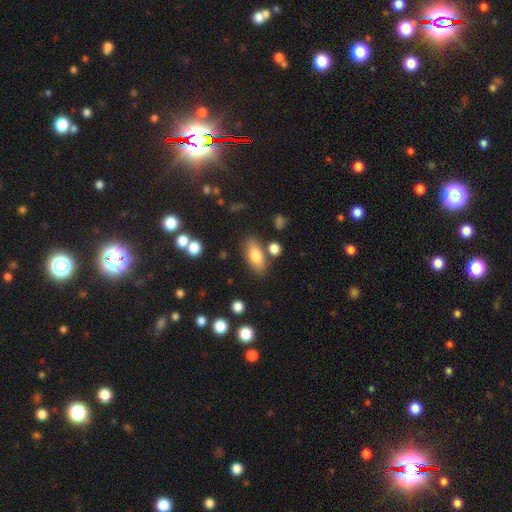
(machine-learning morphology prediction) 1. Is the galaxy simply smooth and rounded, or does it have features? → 76% smooth, 17% featured or disk, 8% star or artifact.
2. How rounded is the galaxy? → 83% in between, 12% cigar-shaped, 5% round.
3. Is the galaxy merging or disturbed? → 76% none, 12% minor disturbance, 8% merger, 4% major disturbance.